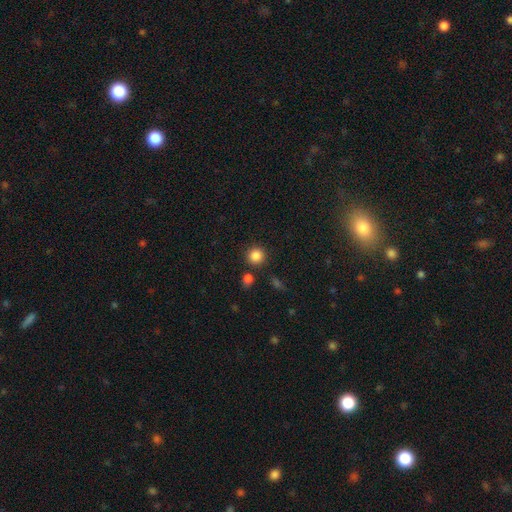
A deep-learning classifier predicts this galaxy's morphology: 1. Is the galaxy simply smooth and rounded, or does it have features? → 85% smooth, 11% star or artifact, 4% featured or disk.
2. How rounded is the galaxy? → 93% round, 6% in between, 1% cigar-shaped.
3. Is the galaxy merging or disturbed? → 85% none, 7% minor disturbance, 6% merger, 3% major disturbance.